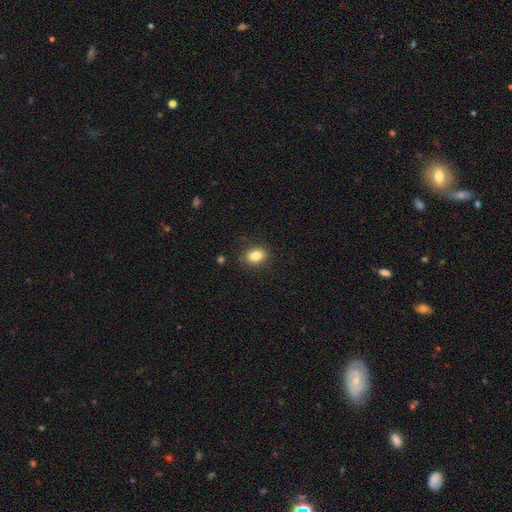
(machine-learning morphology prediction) smooth-or-featured: smooth: 82% | star or artifact: 10% | featured or disk: 8%
  how-rounded: in between: 65% | round: 34% | cigar-shaped: 1%
  merging: none: 85% | minor disturbance: 11% | major disturbance: 3% | merger: 1%